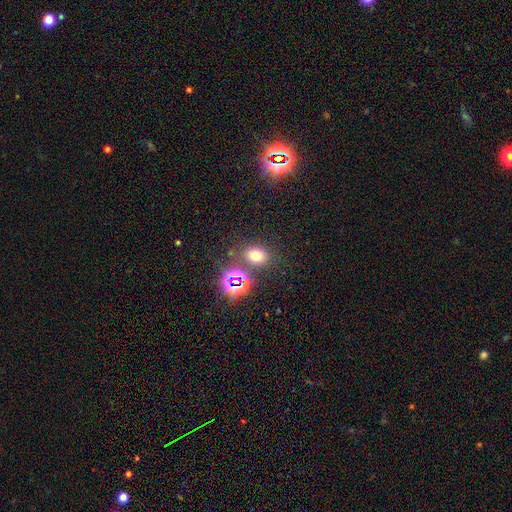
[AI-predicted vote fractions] Smooth or featured?
  - smooth: 64% *
  - star or artifact: 28%
  - featured or disk: 9%
How rounded?
  - in between: 53% *
  - round: 46%
  - cigar-shaped: 1%
Merging?
  - none: 76% *
  - minor disturbance: 10%
  - merger: 9%
  - major disturbance: 4%